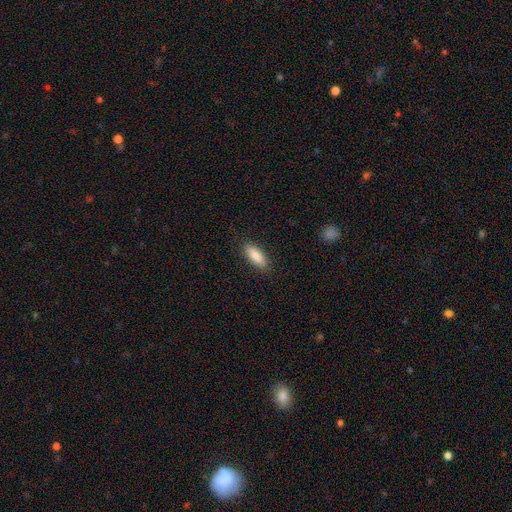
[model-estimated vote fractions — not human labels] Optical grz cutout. It shows a smooth galaxy with no disk features (86%) that is in between round and cigar-shaped (68%). Merging: none (88%).